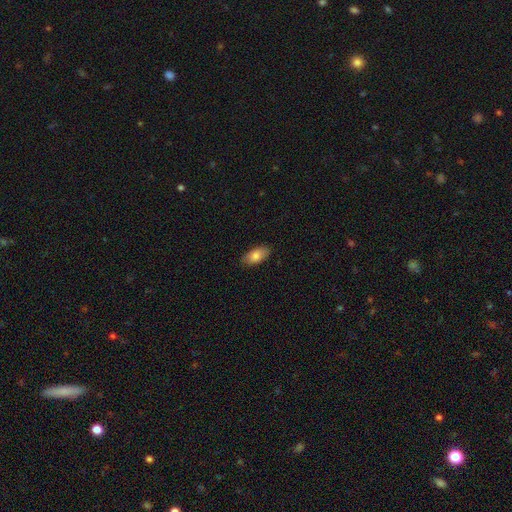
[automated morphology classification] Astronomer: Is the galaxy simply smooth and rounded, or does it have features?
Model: smooth — 83%.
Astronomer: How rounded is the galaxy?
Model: in between — 91%.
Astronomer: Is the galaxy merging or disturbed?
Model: none — 86%.